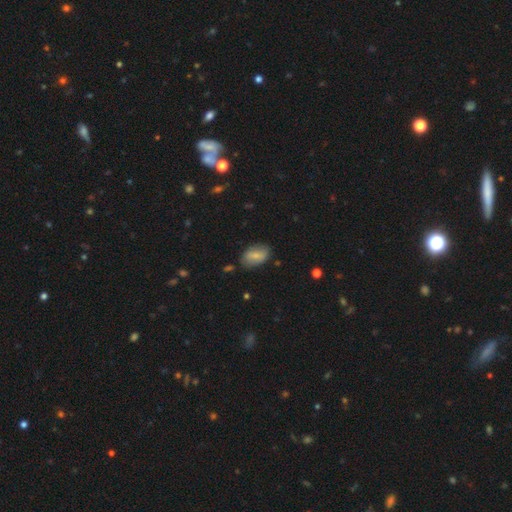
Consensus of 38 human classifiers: Smooth or featured? 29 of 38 (76%) said smooth. How rounded? 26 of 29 (90%) said in between. Merging? 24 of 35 (69%) said none.